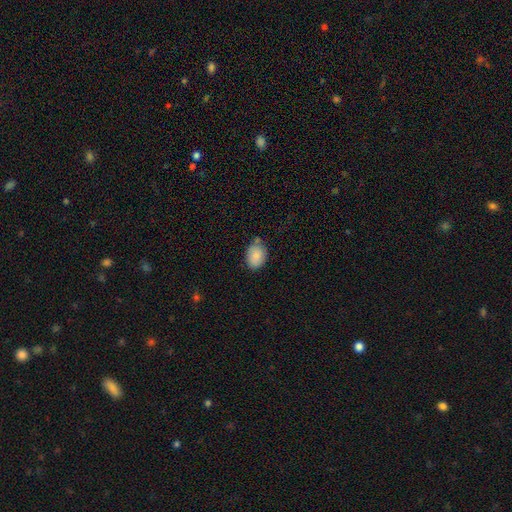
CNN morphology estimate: The model was most divided on "how rounded": in between: 71%, round: 28%, cigar-shaped: 1%. More confident: smooth or featured — smooth (86%); merging — none (67%).